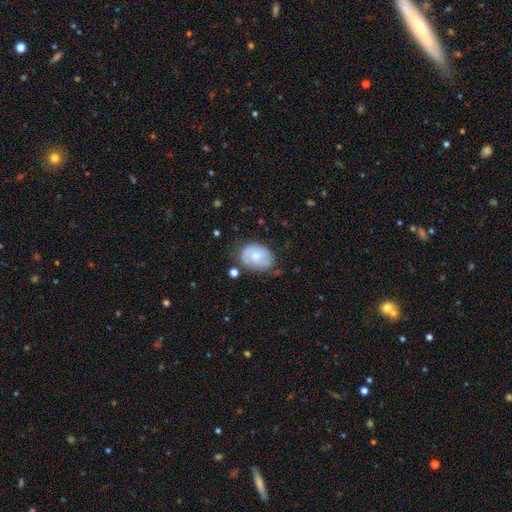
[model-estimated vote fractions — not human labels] This appears to be a smooth galaxy with no disk features (56%) that is in between round and cigar-shaped (57%). Merging: none (55%).